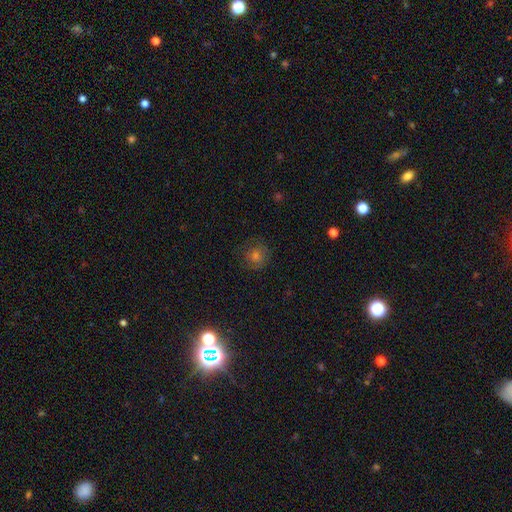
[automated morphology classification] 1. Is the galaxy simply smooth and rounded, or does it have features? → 55% smooth, 29% star or artifact, 16% featured or disk.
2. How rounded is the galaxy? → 89% round, 10% in between, 1% cigar-shaped.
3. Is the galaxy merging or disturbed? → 82% none, 12% minor disturbance, 5% major disturbance, 2% merger.